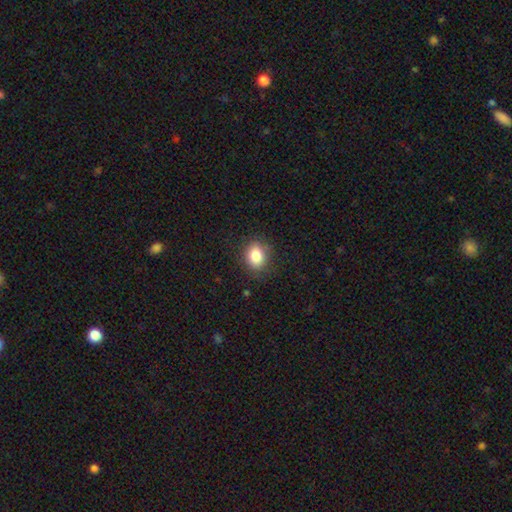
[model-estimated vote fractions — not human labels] This is clearly a smooth galaxy (84%). How rounded: possibly in between (57%). Merging: clearly none (84%).